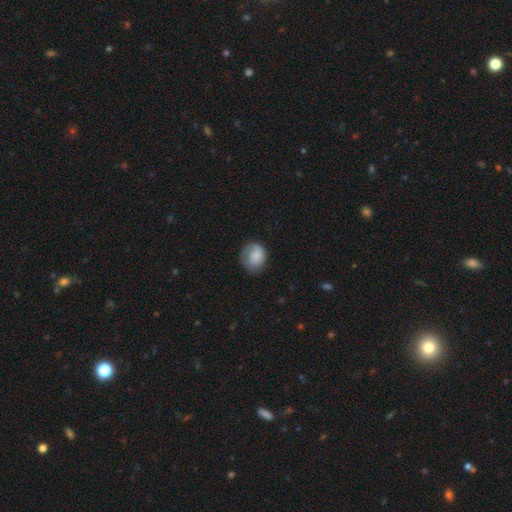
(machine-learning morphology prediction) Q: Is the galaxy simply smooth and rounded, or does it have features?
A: smooth — 65%.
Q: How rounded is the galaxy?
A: round — 63%.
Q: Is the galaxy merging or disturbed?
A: none — 60%.